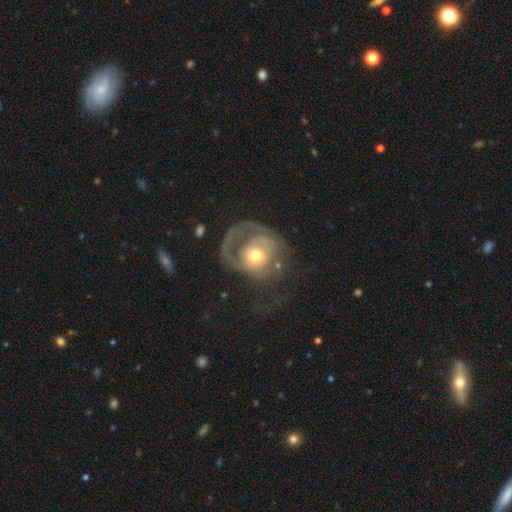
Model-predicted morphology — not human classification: Q: Smooth or featured?
A: featured or disk (64%); runner-up: smooth (29%)
Q: Edge-on disk?
A: no (97%); runner-up: yes (3%)
Q: Bar?
A: no (78%); runner-up: weak (17%)
Q: Spiral arms?
A: yes (64%); runner-up: no (36%)
Q: Bulge size?
A: moderate (63%); runner-up: small (26%)
Q: Merging?
A: major disturbance (51%); runner-up: none (29%)